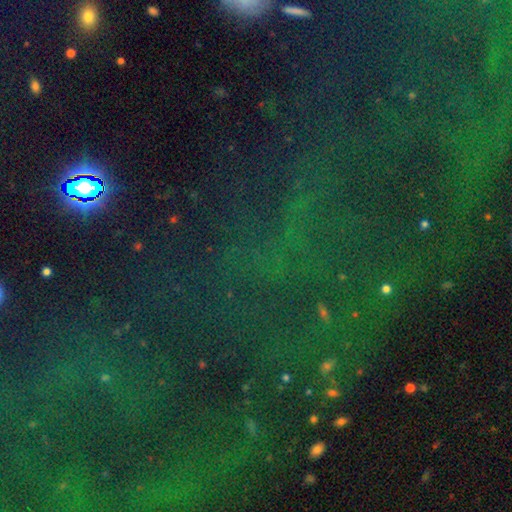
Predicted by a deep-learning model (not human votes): Smooth or featured? star or artifact (77%)